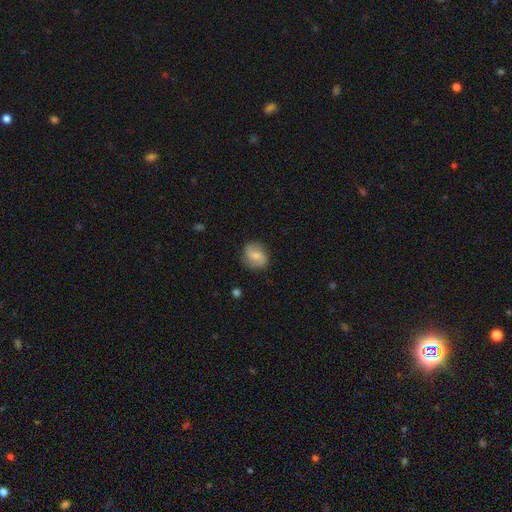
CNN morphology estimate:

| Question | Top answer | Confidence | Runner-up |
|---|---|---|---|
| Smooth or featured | smooth | 50% | featured or disk (42%) |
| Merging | none | 77% | minor disturbance (17%) |